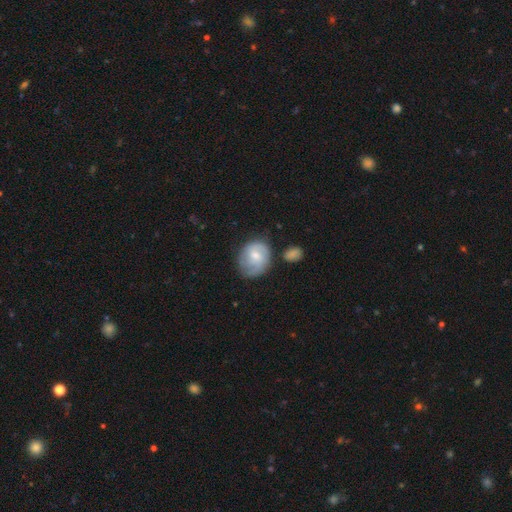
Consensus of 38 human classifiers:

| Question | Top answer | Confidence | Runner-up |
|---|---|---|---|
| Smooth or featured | featured or disk | 50% | smooth (47%) |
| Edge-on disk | no | 89% | yes (11%) |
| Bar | weak | 59% | no (35%) |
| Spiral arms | yes | 76% | no (24%) |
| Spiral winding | medium | 54% | loose (31%) |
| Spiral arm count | can't tell | 31% | 1 (23%) |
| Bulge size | moderate | 53% | small (35%) |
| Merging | none | 43% | tied: minor disturbance (43%) |